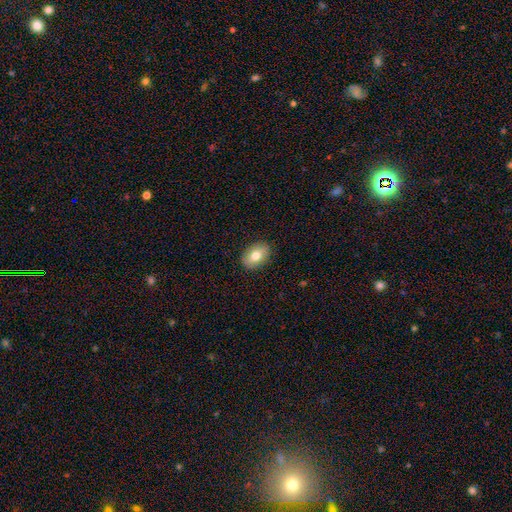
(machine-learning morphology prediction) This is likely a smooth galaxy (77%). How rounded: clearly in between (85%). Merging: clearly none (89%).